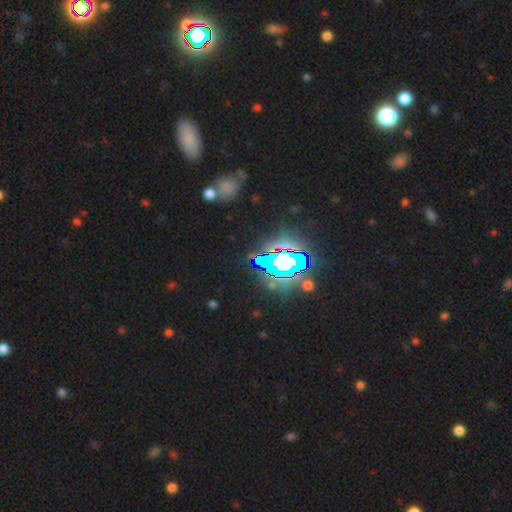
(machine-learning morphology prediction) Smooth or featured? Predicted: star or artifact (p=0.73).